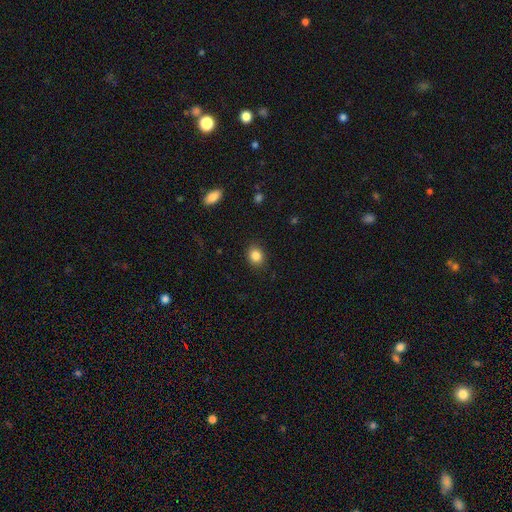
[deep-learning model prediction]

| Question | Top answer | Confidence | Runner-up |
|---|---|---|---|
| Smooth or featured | smooth | 85% | star or artifact (10%) |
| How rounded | round | 64% | in between (35%) |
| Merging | none | 89% | minor disturbance (8%) |